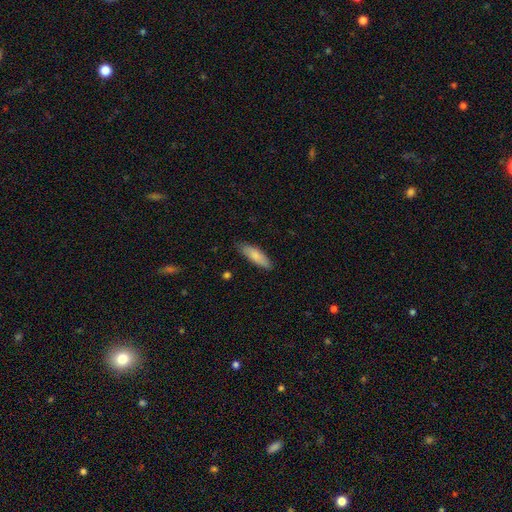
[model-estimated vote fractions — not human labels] Smooth or featured? smooth (84%)
How rounded? cigar-shaped (51%)
Merging? none (82%)